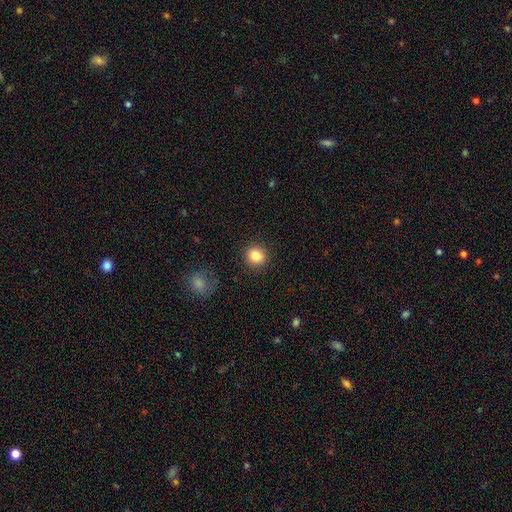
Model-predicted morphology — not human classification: smooth_or_featured: smooth (p=0.85) [alt: star or artifact p=0.10]
how_rounded: round (p=0.87) [alt: in between p=0.12]
merging: none (p=0.90) [alt: minor disturbance p=0.06]